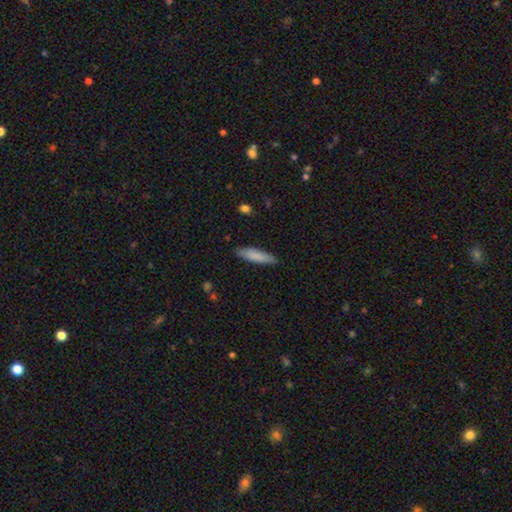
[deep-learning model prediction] smooth_or_featured: smooth (p=0.82) [alt: featured or disk p=0.12]
how_rounded: cigar-shaped (p=0.75) [alt: in between p=0.24]
merging: none (p=0.84) [alt: minor disturbance p=0.13]